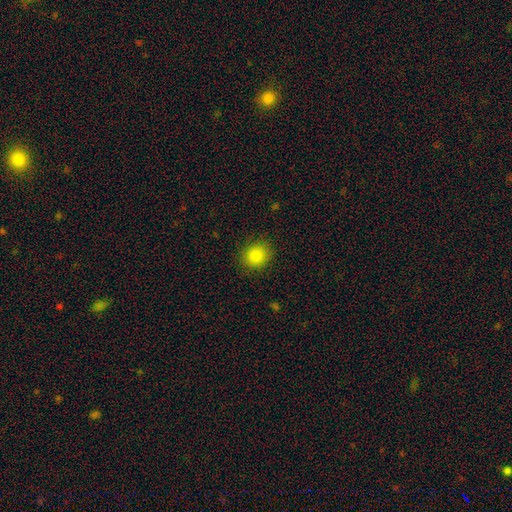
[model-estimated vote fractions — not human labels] A smooth galaxy with no disk features (86%) that is round (78%). Merging: none (88%).